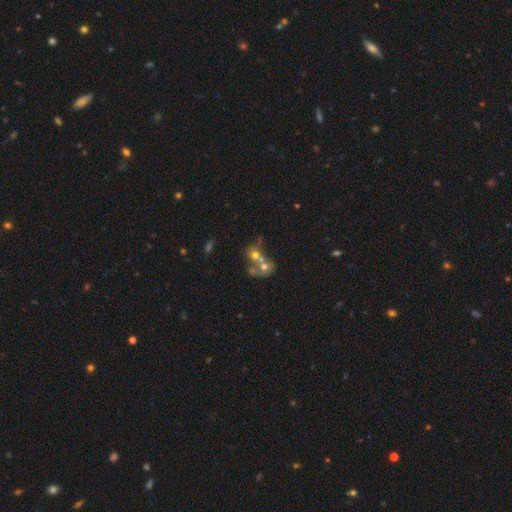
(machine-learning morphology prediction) Smooth or featured? smooth (51%)
How rounded? round (68%)
Merging? merger (62%)